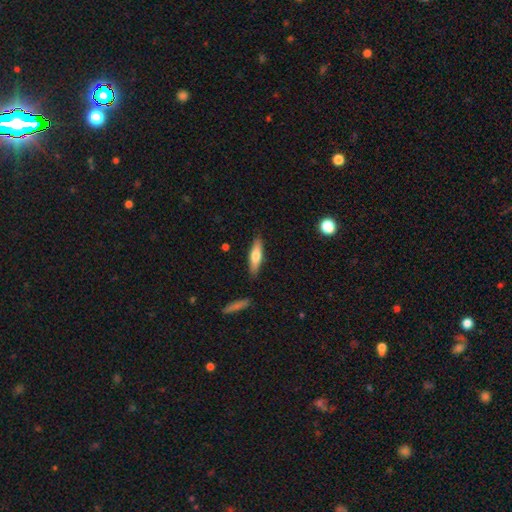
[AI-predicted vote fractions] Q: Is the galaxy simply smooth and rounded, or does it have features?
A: smooth — 62%.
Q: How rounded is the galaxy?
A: cigar-shaped — 68%.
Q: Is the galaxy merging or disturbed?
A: none — 87%.